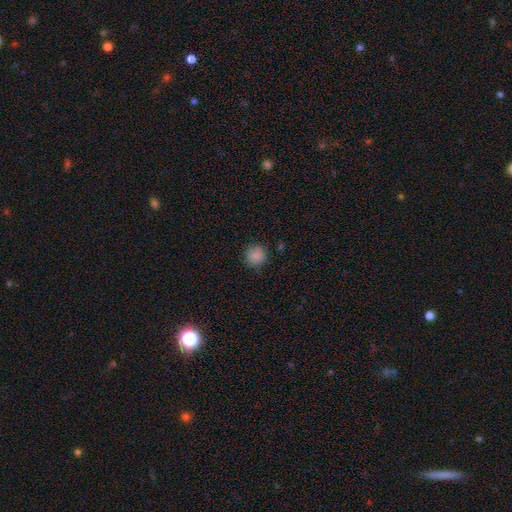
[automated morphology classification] type=smooth (85%); roundness=round (91%); merging=none (85%).